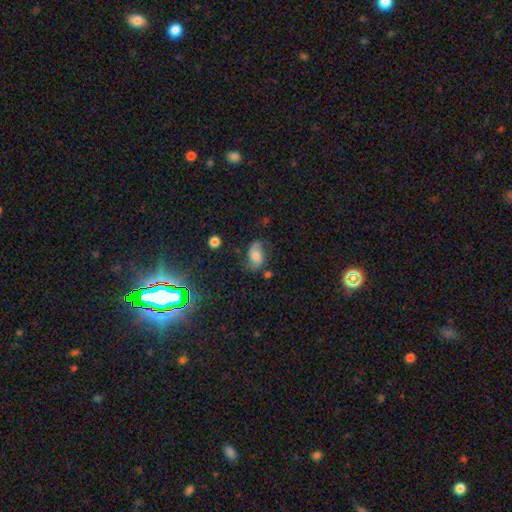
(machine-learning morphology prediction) The model was most divided on "smooth or featured": smooth: 53%, featured or disk: 36%, star or artifact: 11%. More confident: how rounded — in between (85%); merging — none (58%).